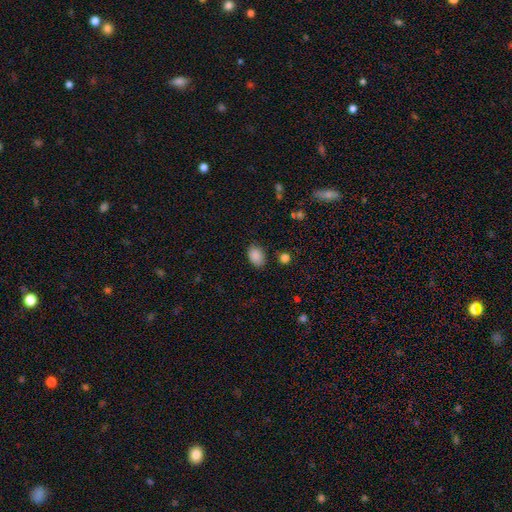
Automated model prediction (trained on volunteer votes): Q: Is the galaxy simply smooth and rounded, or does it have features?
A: smooth — 87%.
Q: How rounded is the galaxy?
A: in between — 82%.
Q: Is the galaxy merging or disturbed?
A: none — 78%.